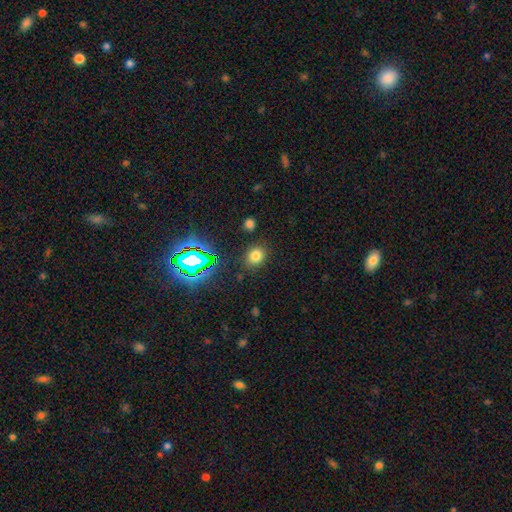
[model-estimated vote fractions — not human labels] This is likely a smooth galaxy (72%). How rounded: likely round (66%). Merging: clearly none (84%).